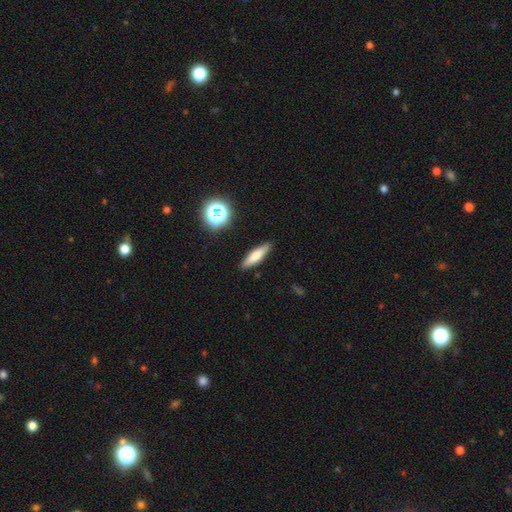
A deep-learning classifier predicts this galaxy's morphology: Overall: smooth (70%). How rounded: cigar-shaped (69%). Merging: none (88%).